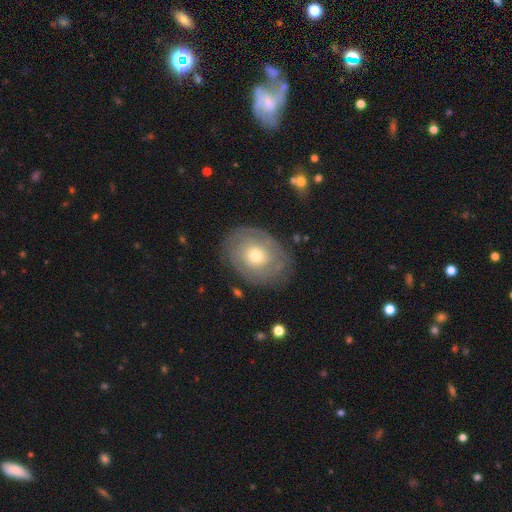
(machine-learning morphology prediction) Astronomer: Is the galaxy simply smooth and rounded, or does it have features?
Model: featured or disk — 67%.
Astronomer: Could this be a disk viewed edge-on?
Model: no — 95%.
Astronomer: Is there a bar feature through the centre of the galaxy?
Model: no — 84%.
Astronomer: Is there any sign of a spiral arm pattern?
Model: yes — 74%.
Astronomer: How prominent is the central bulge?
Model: moderate — 58% (runner-up: small, 36%).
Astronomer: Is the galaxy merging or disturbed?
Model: none — 79%.